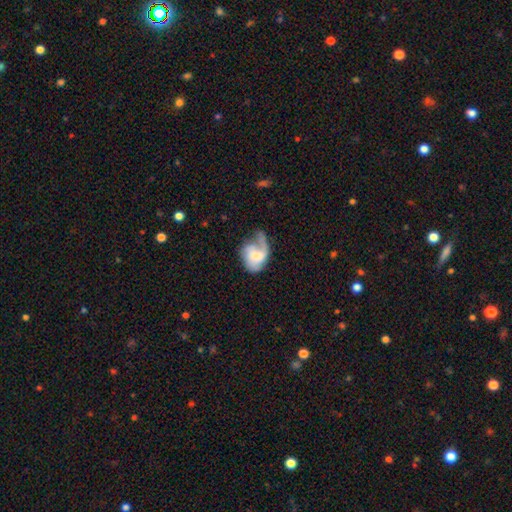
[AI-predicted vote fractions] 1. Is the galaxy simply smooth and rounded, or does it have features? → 53% featured or disk, 41% smooth, 7% star or artifact.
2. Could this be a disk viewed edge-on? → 97% no, 3% yes.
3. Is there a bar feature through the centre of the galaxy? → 64% no, 30% weak, 6% strong.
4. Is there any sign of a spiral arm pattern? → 75% yes, 25% no.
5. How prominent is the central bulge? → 46% small, 35% moderate, 11% none, 6% large, 2% dominant.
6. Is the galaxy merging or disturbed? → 46% major disturbance, 25% minor disturbance, 23% none, 6% merger.